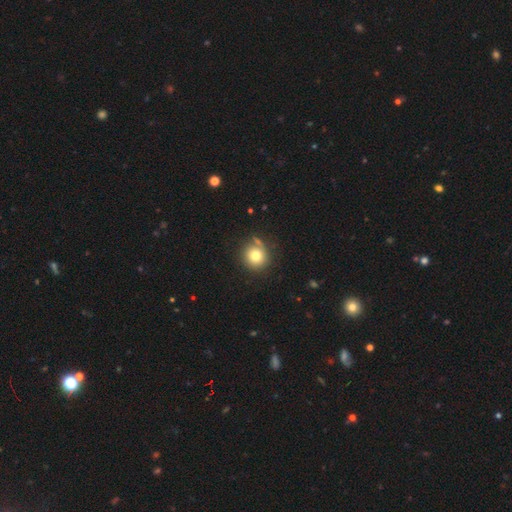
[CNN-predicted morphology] Smooth or featured: smooth — 76% (featured or disk — 12%)
How rounded: round — 92% (in between — 7%)
Merging: none — 74% (minor disturbance — 14%)